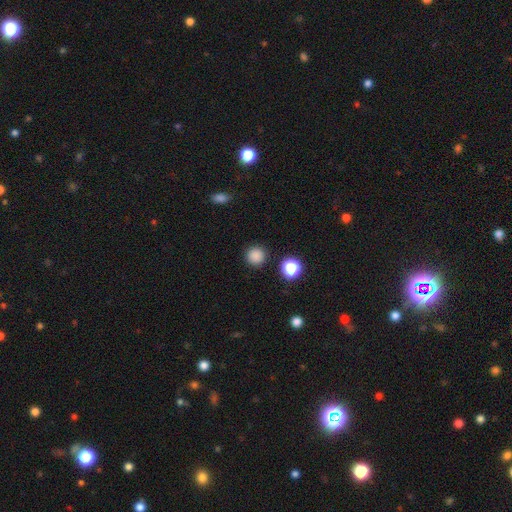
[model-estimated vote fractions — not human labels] smooth_or_featured: smooth (p=0.84) [alt: star or artifact p=0.13]
how_rounded: round (p=0.94) [alt: in between p=0.05]
merging: none (p=0.90) [alt: minor disturbance p=0.06]